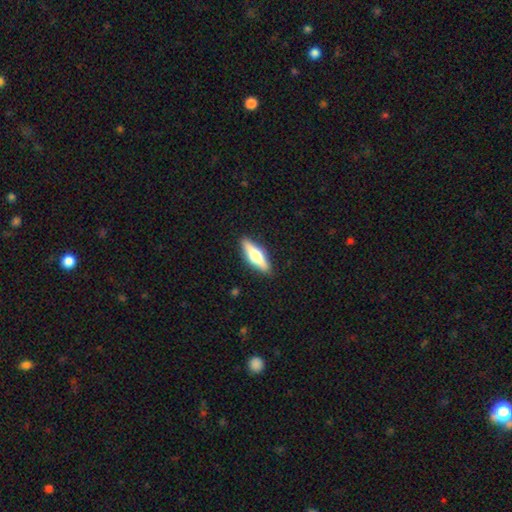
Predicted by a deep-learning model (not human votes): A featured or disk galaxy (51%) viewed edge-on (94%).

Vote fractions:
- Smooth or featured? featured or disk: 51% / smooth: 44% / star or artifact: 5%
- Edge-on disk? yes: 94% / no: 6%
- Merging? none: 90% / minor disturbance: 8% / major disturbance: 2% / merger: 1%